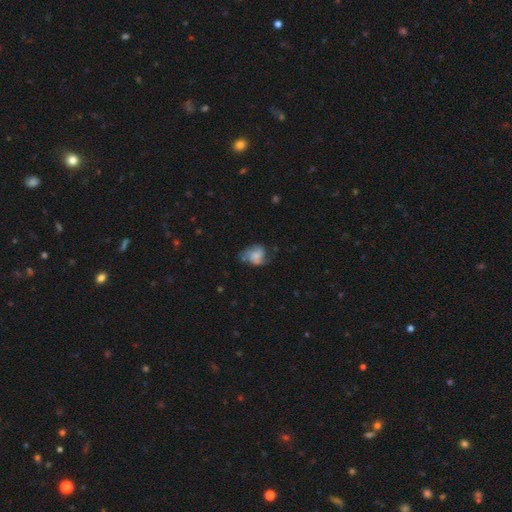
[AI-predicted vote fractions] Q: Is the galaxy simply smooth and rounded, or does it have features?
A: smooth — 46%, tied with featured or disk.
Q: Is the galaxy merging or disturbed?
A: none — 44%.